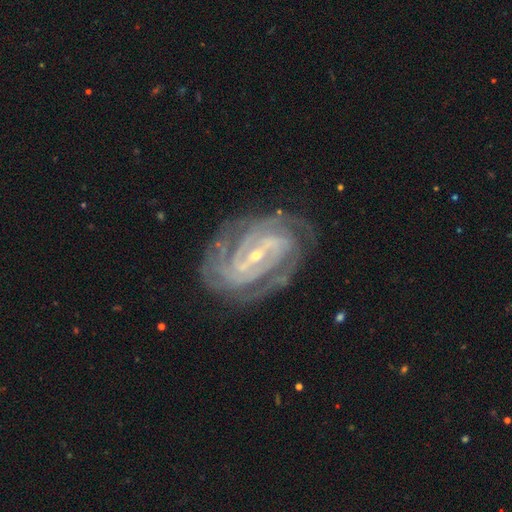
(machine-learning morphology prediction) Overall: featured or disk (91%). Edge-on disk: no (97%). Bar: strong (55%; weak 31%). Spiral arms: yes (98%). Spiral arm count: 2 (26%; 3 22%). Spiral winding: tight (75%). Bulge size: small (76%). Merging: none (79%).